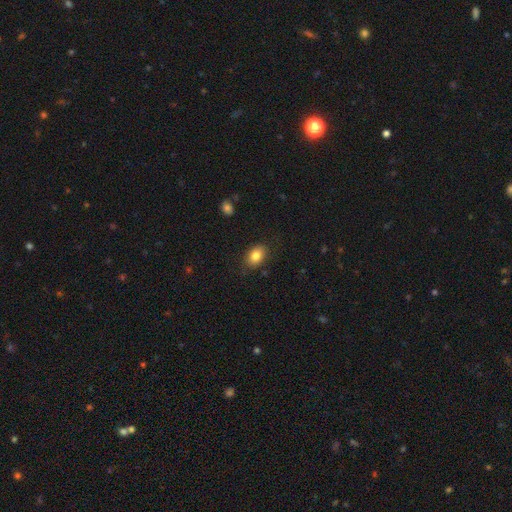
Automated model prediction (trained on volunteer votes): Overall: smooth (83%). How rounded: in between (81%). Merging: none (84%).